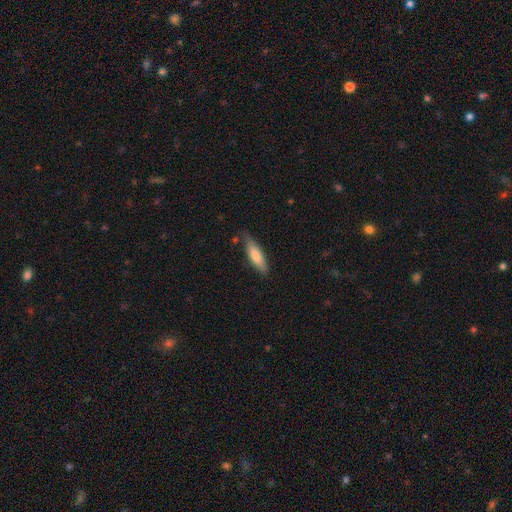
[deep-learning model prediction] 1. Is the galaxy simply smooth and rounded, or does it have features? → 73% smooth, 21% featured or disk, 6% star or artifact.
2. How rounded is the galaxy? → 64% cigar-shaped, 34% in between, 2% round.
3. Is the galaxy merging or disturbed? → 77% none, 18% minor disturbance, 3% major disturbance, 2% merger.